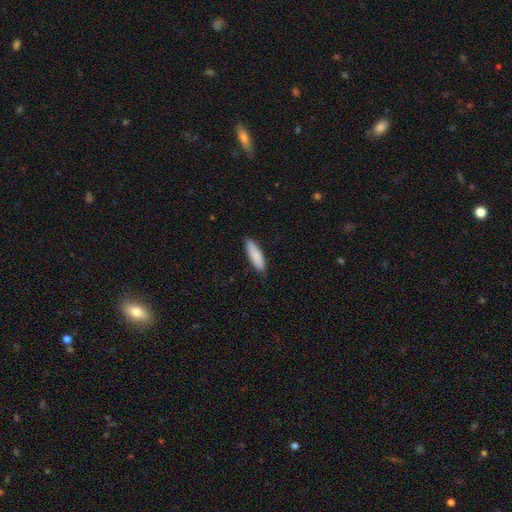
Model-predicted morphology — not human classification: This is clearly a smooth galaxy (85%). How rounded: possibly cigar-shaped (56%). Merging: clearly none (86%).